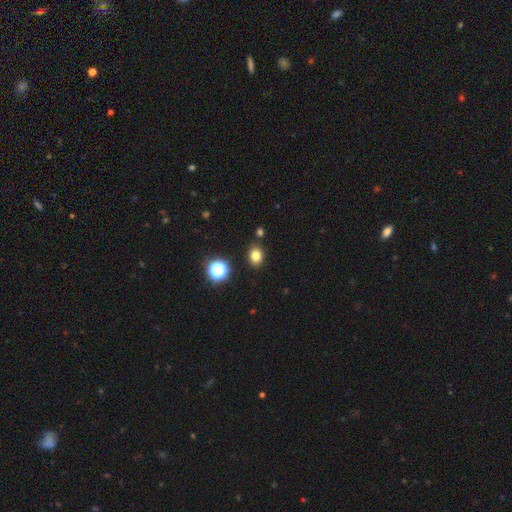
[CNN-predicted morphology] This appears to be a smooth galaxy with no disk features (78%) that is in between round and cigar-shaped (55%). Merging: none (86%).